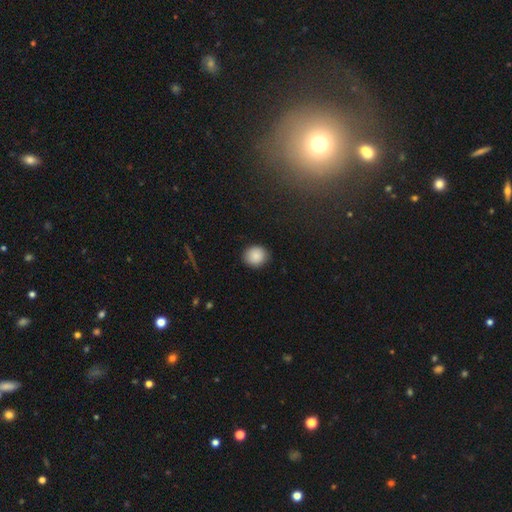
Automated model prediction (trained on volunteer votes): Smooth or featured? smooth (88%)
How rounded? round (81%)
Merging? none (88%)